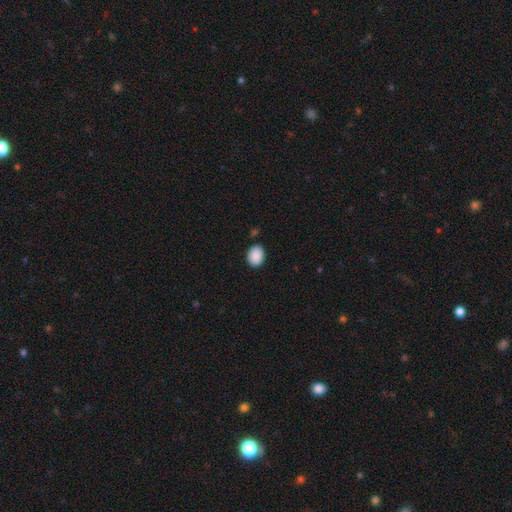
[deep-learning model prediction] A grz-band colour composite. It shows a smooth galaxy with no disk features (90%) that is in between round and cigar-shaped (65%). Merging: none (86%).